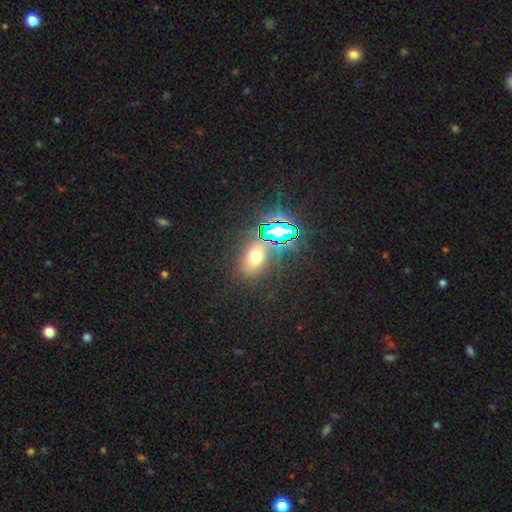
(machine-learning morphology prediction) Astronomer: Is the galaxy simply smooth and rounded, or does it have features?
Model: smooth — 49% (runner-up: star or artifact, 39%).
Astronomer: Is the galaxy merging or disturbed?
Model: none — 74%.